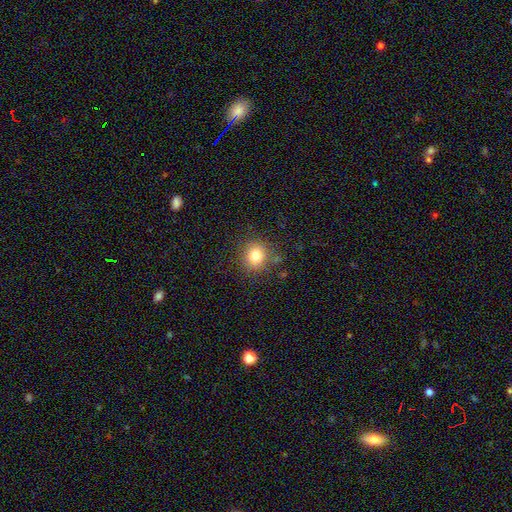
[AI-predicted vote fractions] smooth_or_featured: smooth (p=0.80) [alt: star or artifact p=0.12]
how_rounded: round (p=0.83) [alt: in between p=0.16]
merging: none (p=0.83) [alt: minor disturbance p=0.11]